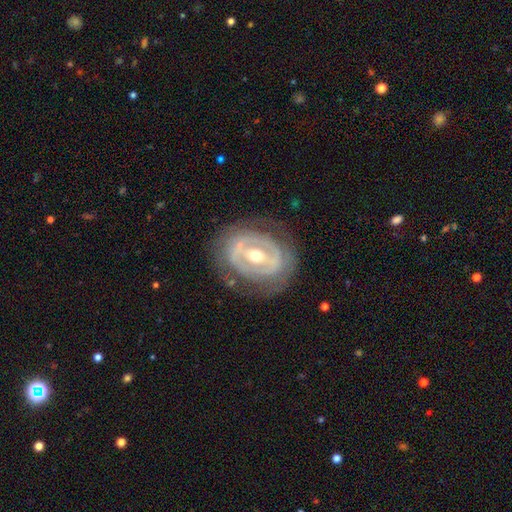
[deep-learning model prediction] This appears to be a featured or disk galaxy (78%) with a strong bar (39%), no spiral arms (60%) and a moderate central bulge (70%). Merging: none (75%).